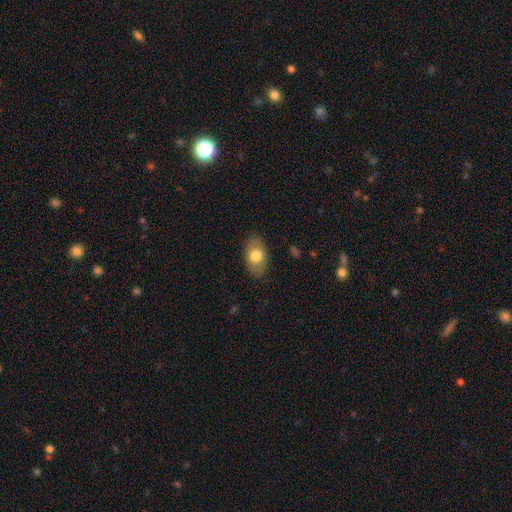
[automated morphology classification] type=smooth (76%); roundness=in between (90%); merging=none (83%).